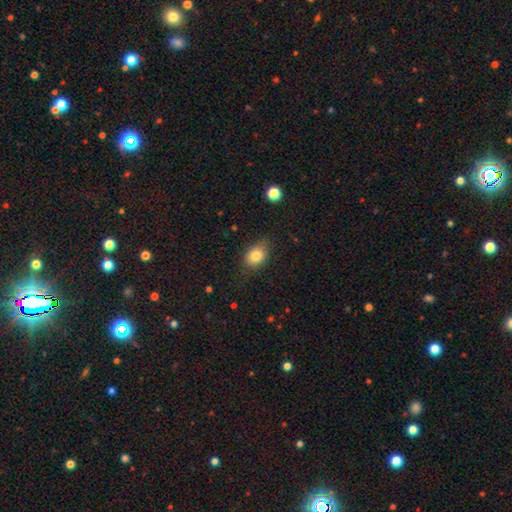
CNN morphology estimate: Q: Smooth or featured?
A: smooth (82%); runner-up: star or artifact (9%)
Q: How rounded?
A: in between (71%); runner-up: round (28%)
Q: Merging?
A: none (76%); runner-up: minor disturbance (18%)